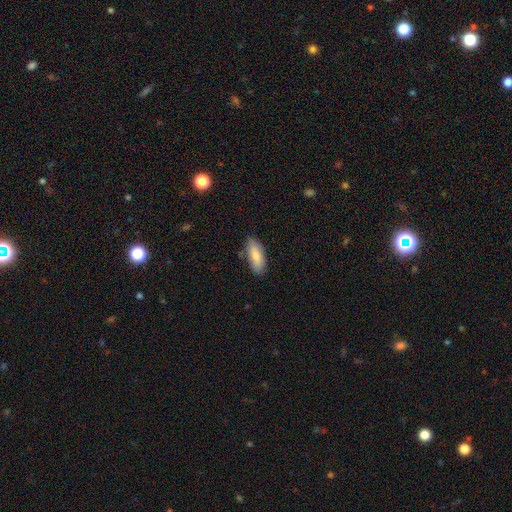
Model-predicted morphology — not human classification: smooth 82%, featured or disk 12%, star or artifact 6%. Down the decision tree: how rounded — in between (79%); merging — none (76%).